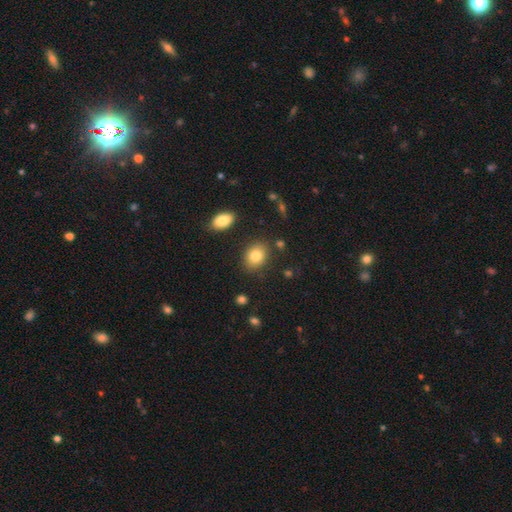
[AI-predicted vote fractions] Smooth or featured?
  - smooth: 82% *
  - star or artifact: 9%
  - featured or disk: 9%
How rounded?
  - in between: 63% *
  - round: 36%
  - cigar-shaped: 1%
Merging?
  - none: 83% *
  - minor disturbance: 10%
  - merger: 4%
  - major disturbance: 3%